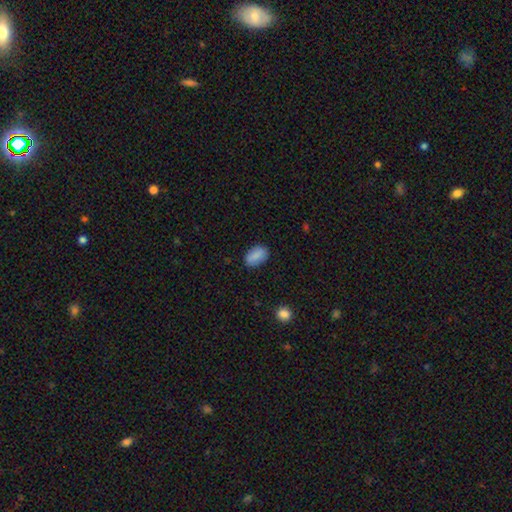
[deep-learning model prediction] Smooth or featured: smooth — 87% (star or artifact — 8%)
How rounded: in between — 90% (round — 8%)
Merging: none — 83% (minor disturbance — 13%)